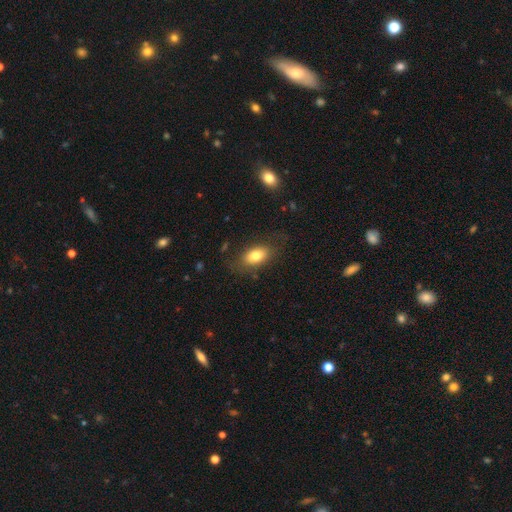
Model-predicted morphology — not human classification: smooth-or-featured: smooth: 77% | featured or disk: 15% | star or artifact: 8%
  how-rounded: in between: 88% | round: 8% | cigar-shaped: 4%
  merging: none: 77% | minor disturbance: 15% | major disturbance: 7% | merger: 2%